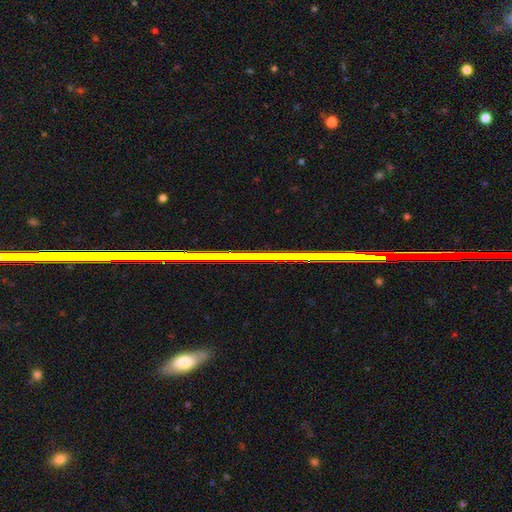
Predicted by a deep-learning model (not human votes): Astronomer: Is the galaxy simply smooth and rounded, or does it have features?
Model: star or artifact — 75%.